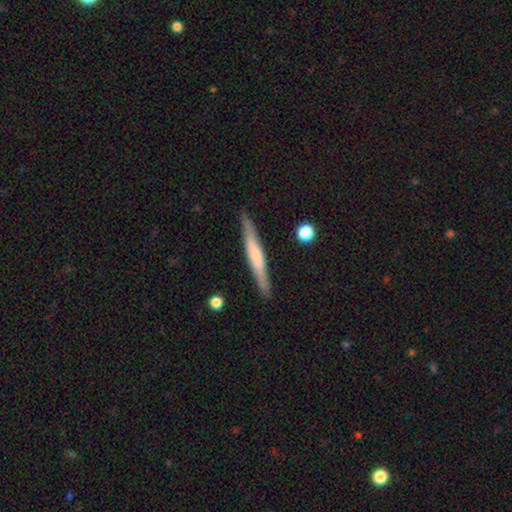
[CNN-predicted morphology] This is possibly a featured or disk galaxy (51%). It is clearly viewed edge-on (96%). Merging: clearly none (89%).